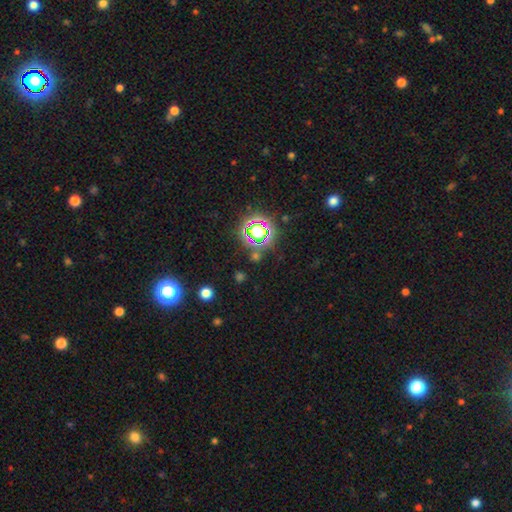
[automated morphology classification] type=star or artifact (65%).